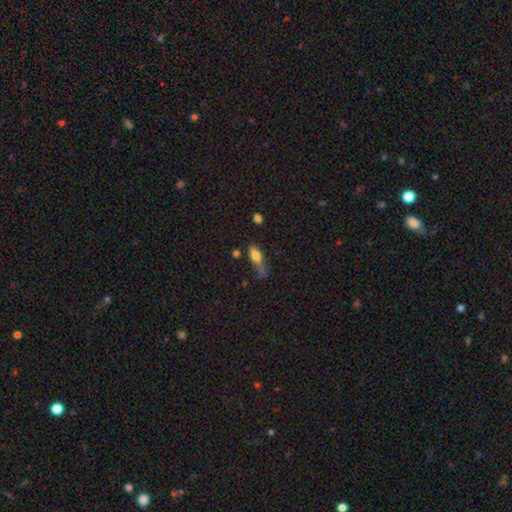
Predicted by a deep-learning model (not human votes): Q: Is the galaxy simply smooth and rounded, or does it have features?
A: smooth — 69%.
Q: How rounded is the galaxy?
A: in between — 57%.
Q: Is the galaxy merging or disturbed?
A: none — 40%.